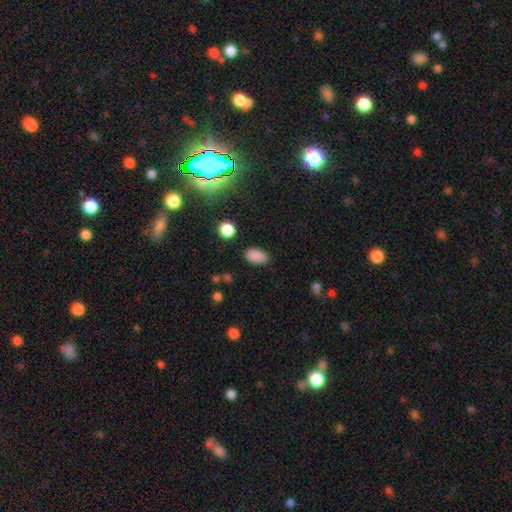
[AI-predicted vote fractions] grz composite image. It shows a smooth galaxy with no disk features (85%) that is in between round and cigar-shaped (91%). Merging: none (84%).